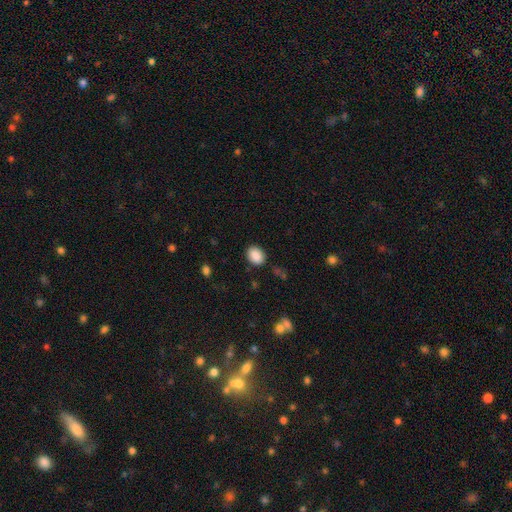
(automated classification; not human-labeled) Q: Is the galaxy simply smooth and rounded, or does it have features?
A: smooth — 88%.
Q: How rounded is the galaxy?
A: in between — 64%.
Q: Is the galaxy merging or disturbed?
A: none — 86%.